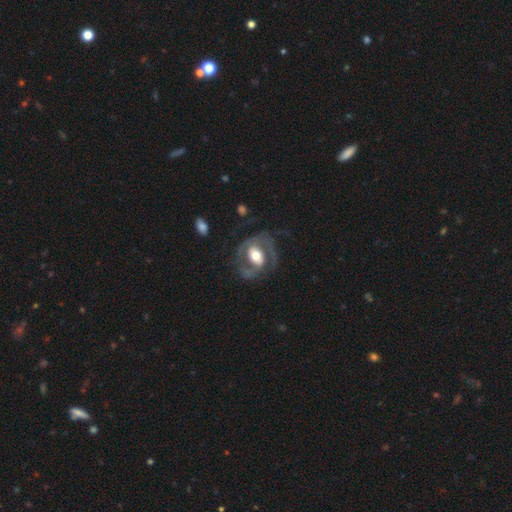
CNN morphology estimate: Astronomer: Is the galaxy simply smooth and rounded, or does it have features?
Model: featured or disk — 77%.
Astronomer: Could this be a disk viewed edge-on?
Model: no — 96%.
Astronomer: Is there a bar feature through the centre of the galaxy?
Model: no — 42% (runner-up: weak, 33%).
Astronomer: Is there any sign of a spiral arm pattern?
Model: yes — 77%.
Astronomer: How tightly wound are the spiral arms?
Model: medium — 48% (runner-up: tight, 29%).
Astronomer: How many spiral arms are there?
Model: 2 — 76%.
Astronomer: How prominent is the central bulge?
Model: moderate — 60%.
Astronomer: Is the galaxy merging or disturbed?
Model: none — 57%.